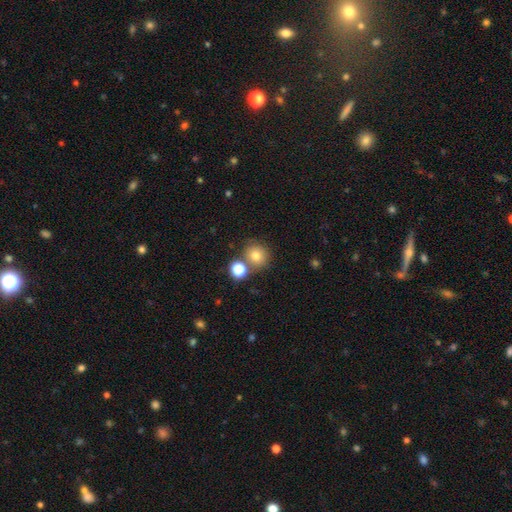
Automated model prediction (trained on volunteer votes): A smooth galaxy with no disk features (77%) that is round (87%). Merging: none (66%).